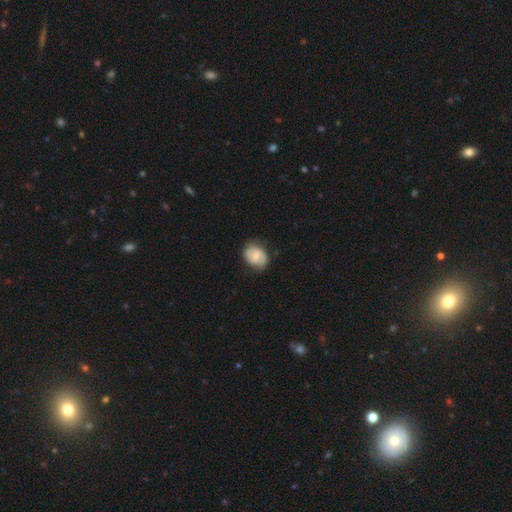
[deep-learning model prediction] This appears to be a smooth galaxy with no disk features (60%) that is in between round and cigar-shaped (66%). Merging: none (73%).